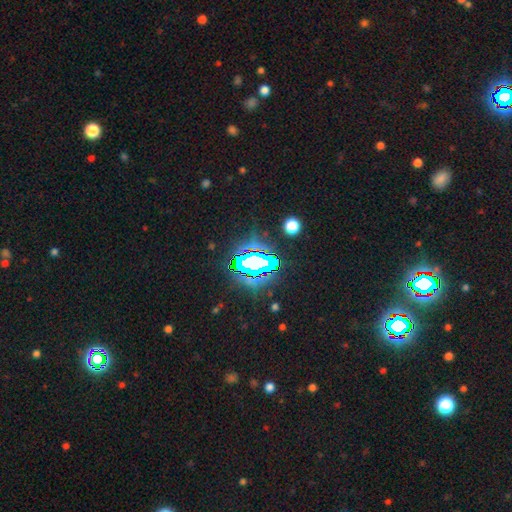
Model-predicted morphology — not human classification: smooth_or_featured: star or artifact (p=0.83) [alt: smooth p=0.11]